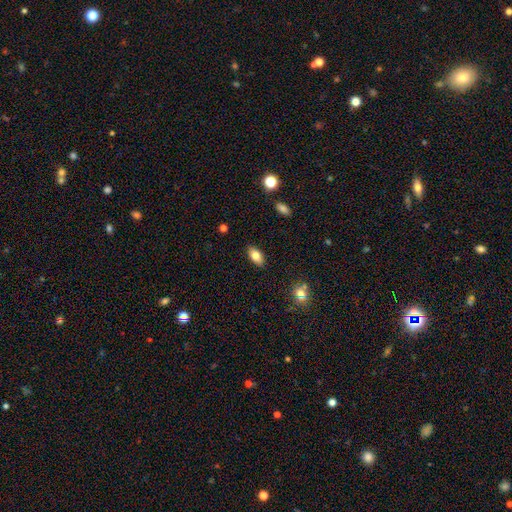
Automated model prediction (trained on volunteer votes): This is likely a smooth galaxy (79%). How rounded: clearly in between (90%). Merging: clearly none (88%).